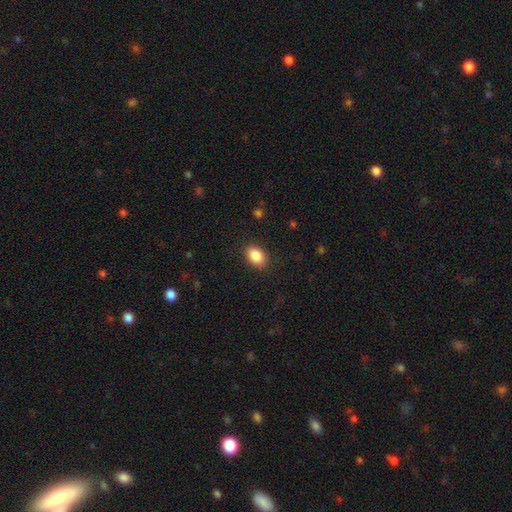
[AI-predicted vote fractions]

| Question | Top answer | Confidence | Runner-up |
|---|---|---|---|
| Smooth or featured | smooth | 88% | star or artifact (8%) |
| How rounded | in between | 86% | round (13%) |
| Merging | none | 87% | minor disturbance (9%) |